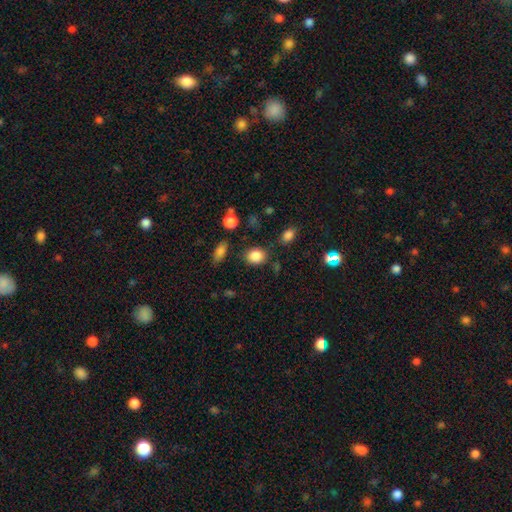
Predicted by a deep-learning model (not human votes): Overall: smooth (85%). How rounded: round (52%; in between 47%). Merging: none (77%).